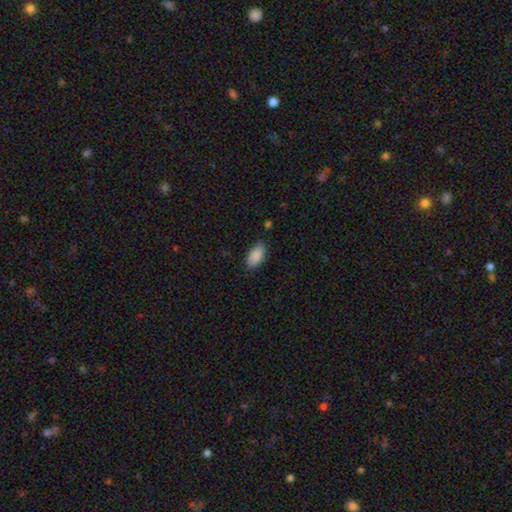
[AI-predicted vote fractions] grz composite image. It shows a smooth galaxy with no disk features (89%) that is in between round and cigar-shaped (92%). Merging: none (82%).